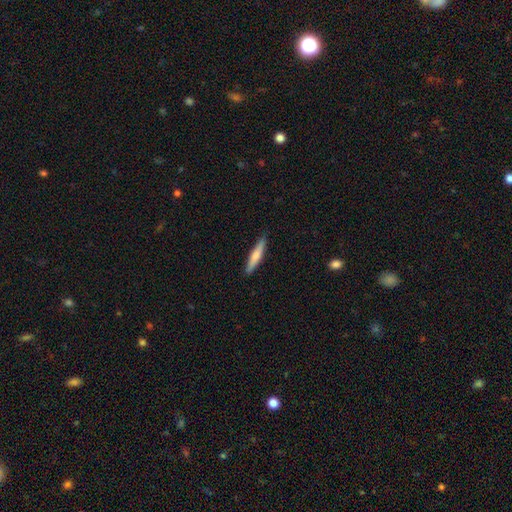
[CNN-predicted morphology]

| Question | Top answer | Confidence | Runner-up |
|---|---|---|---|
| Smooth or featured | smooth | 64% | featured or disk (31%) |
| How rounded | cigar-shaped | 90% | in between (8%) |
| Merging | none | 90% | minor disturbance (8%) |